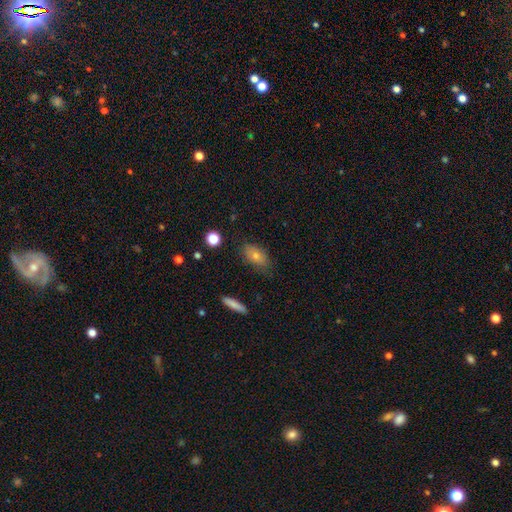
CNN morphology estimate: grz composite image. It shows a smooth galaxy with no disk features (69%) that is in between round and cigar-shaped (84%). Merging: none (76%).